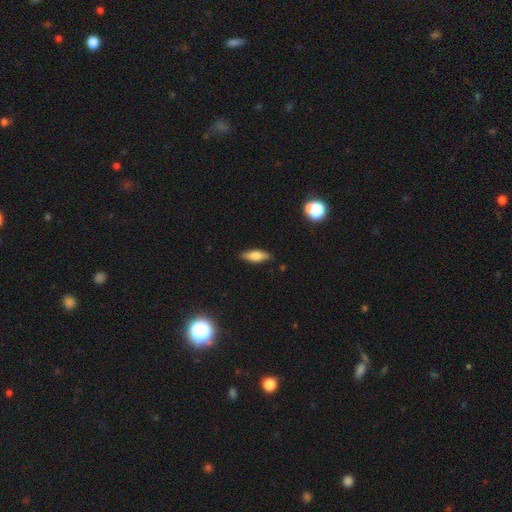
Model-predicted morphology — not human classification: A smooth galaxy with no disk features (74%) that is in between round and cigar-shaped (64%). Merging: none (84%).